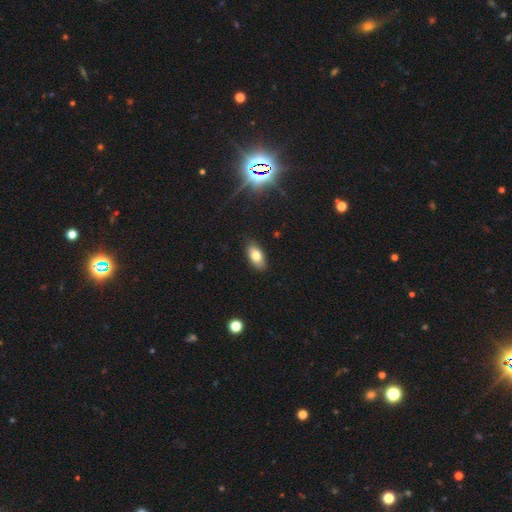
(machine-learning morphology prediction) Smooth or featured? Predicted: smooth (p=0.77). How rounded? Predicted: in between (p=0.91). Merging? Predicted: none (p=0.86).